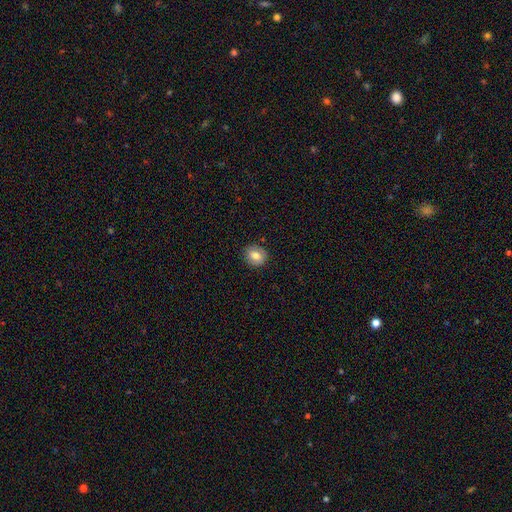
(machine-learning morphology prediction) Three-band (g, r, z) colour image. It shows a smooth galaxy with no disk features (78%) that is round (74%). Merging: none (89%).